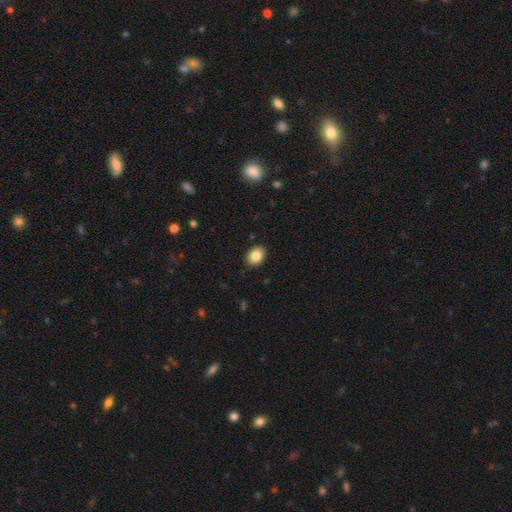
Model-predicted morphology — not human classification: Smooth or featured? smooth (85%)
How rounded? in between (69%)
Merging? none (89%)